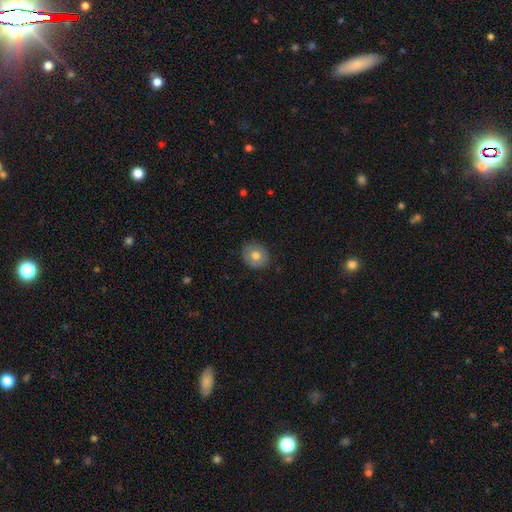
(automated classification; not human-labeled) Smooth or featured? smooth (71%)
How rounded? round (81%)
Merging? none (88%)